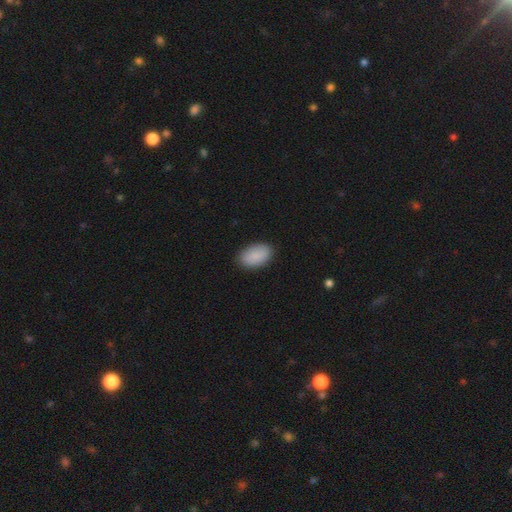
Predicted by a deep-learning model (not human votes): Smooth or featured: smooth — 89% (star or artifact — 6%)
How rounded: in between — 94% (round — 4%)
Merging: none — 87% (minor disturbance — 10%)